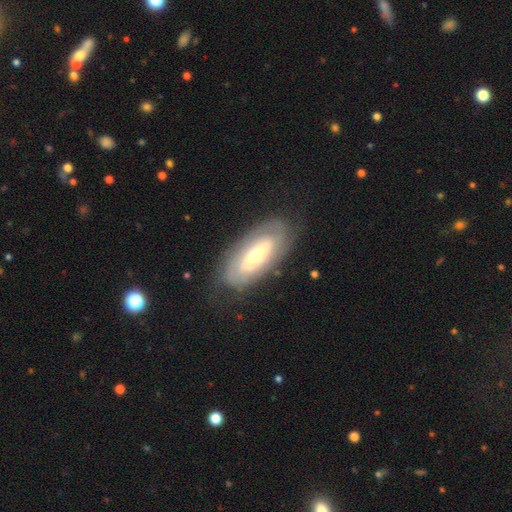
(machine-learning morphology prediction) The model was most divided on "bulge size": moderate: 50%, small: 41%, large: 6%, dominant: 1%, none: 1%. More confident: edge-on disk — no (88%); merging — none (75%); smooth or featured — featured or disk (63%); spiral arms — yes (63%); bar — no (54%).